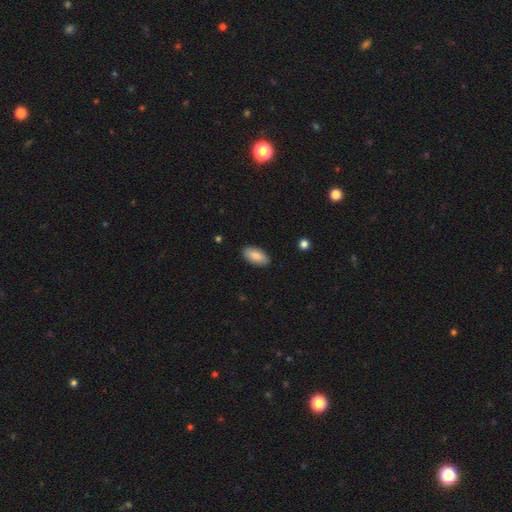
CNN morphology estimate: Smooth or featured? Predicted: smooth (p=0.85). How rounded? Predicted: in between (p=0.93). Merging? Predicted: none (p=0.89).